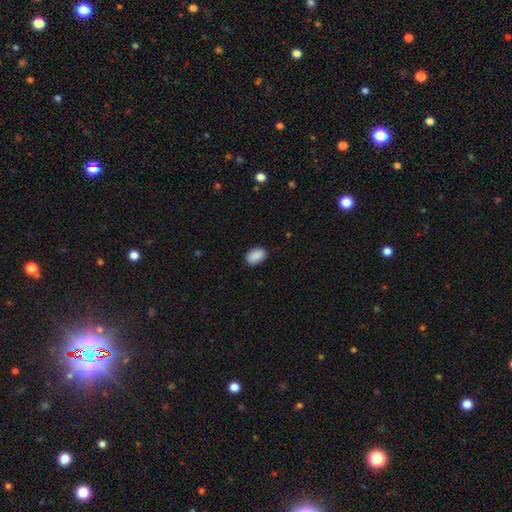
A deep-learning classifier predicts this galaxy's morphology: type=smooth (90%); roundness=in between (90%); merging=none (86%).